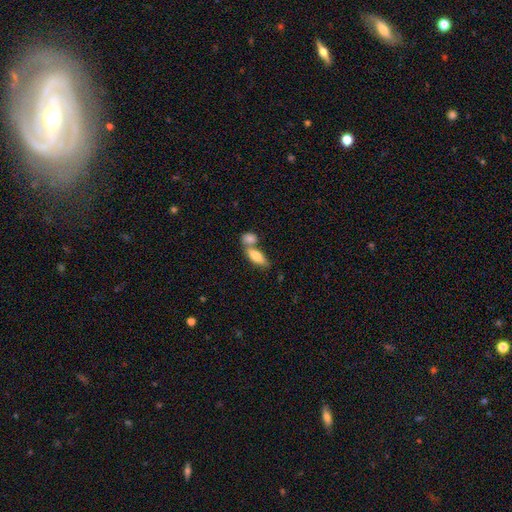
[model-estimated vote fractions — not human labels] A smooth galaxy with no disk features (76%) that is in between round and cigar-shaped (75%). Merging: merger (50%).